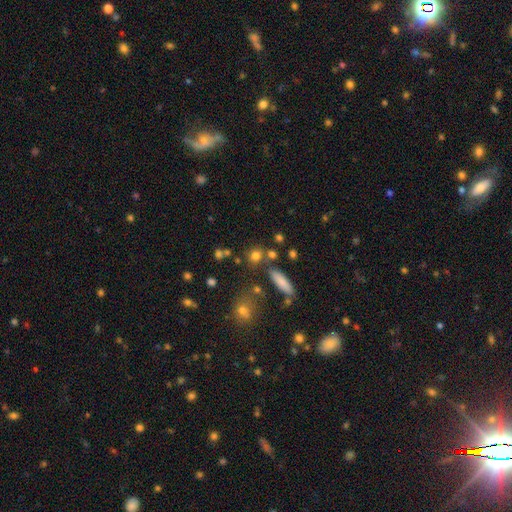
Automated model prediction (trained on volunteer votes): Overall: smooth (77%). How rounded: round (76%). Merging: none (73%).